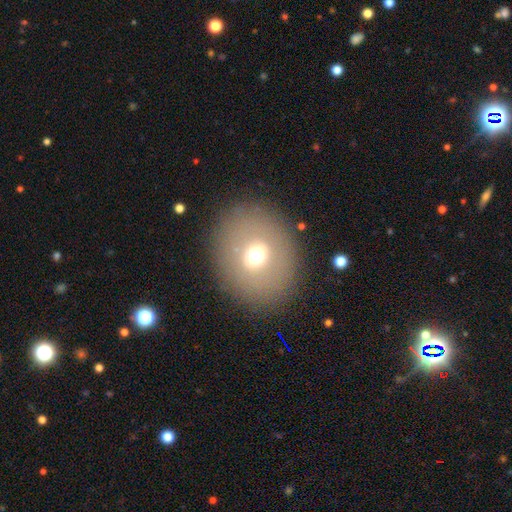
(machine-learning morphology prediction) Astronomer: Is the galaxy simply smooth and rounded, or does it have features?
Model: smooth — 63%.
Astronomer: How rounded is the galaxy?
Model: round — 62%.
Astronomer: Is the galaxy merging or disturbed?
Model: none — 89%.